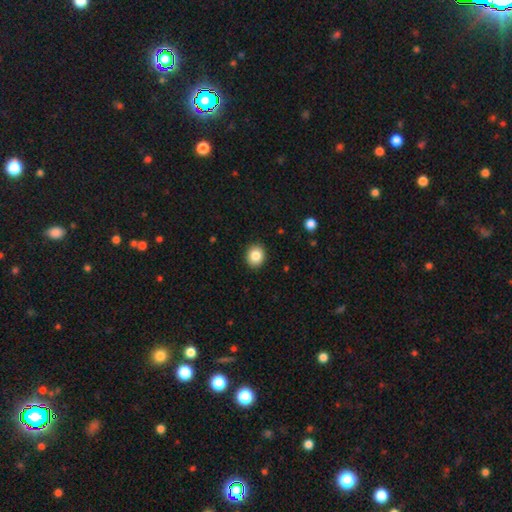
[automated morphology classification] smooth_or_featured: smooth (p=0.85) [alt: star or artifact p=0.10]
how_rounded: round (p=0.76) [alt: in between p=0.24]
merging: none (p=0.91) [alt: minor disturbance p=0.06]